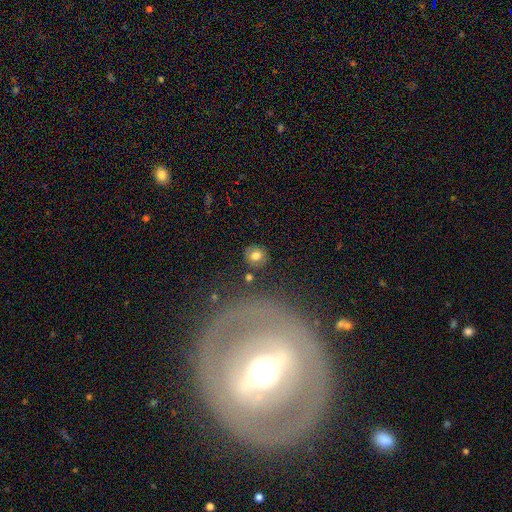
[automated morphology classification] A smooth galaxy with no disk features (76%) that is round (85%).

Vote fractions:
- Smooth or featured? smooth: 76% / featured or disk: 12% / star or artifact: 12%
- How rounded? round: 85% / in between: 13% / cigar-shaped: 1%
- Merging? none: 85% / minor disturbance: 8% / merger: 4% / major disturbance: 3%